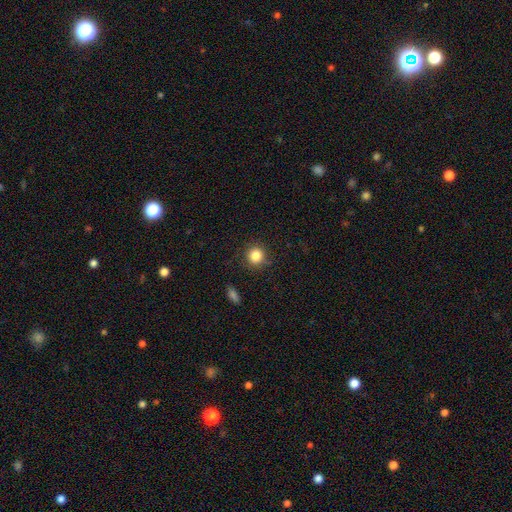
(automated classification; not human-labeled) smooth-or-featured: smooth: 84% | star or artifact: 11% | featured or disk: 5%
  how-rounded: round: 92% | in between: 7% | cigar-shaped: 1%
  merging: none: 87% | minor disturbance: 9% | major disturbance: 3% | merger: 1%